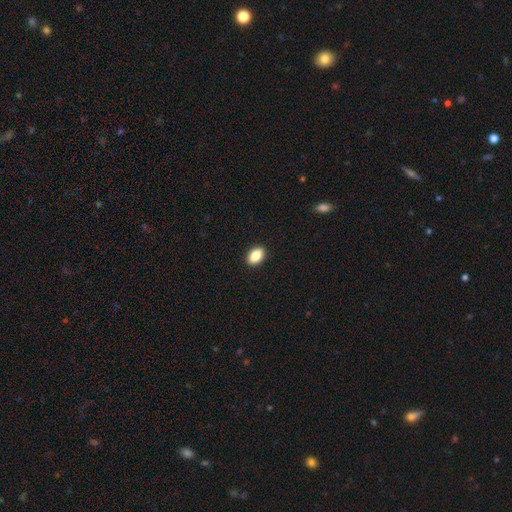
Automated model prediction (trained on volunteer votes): Overall: smooth (86%). How rounded: in between (89%). Merging: none (91%).